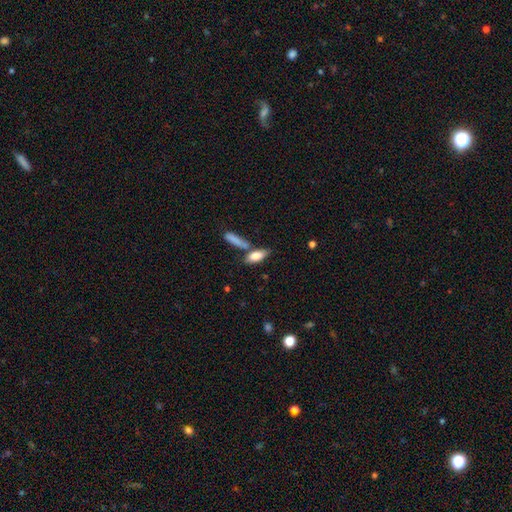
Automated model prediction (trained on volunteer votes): A smooth galaxy with no disk features (79%) that is in between round and cigar-shaped (73%).

Vote fractions:
- Smooth or featured? smooth: 79% / featured or disk: 15% / star or artifact: 7%
- How rounded? in between: 73% / cigar-shaped: 24% / round: 3%
- Merging? none: 52% / merger: 29% / minor disturbance: 14% / major disturbance: 5%